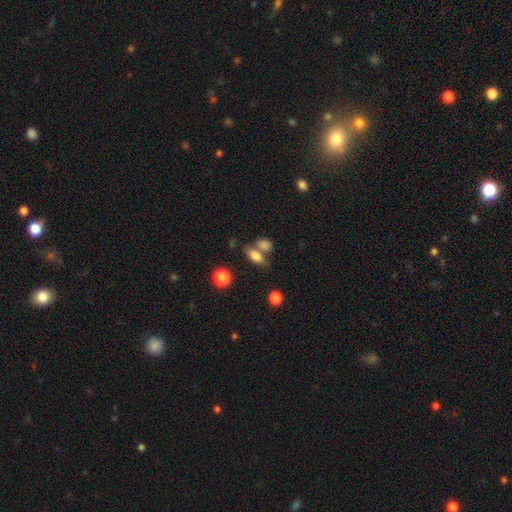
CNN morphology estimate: A smooth galaxy with no disk features (78%) that is in between round and cigar-shaped (81%).

Vote fractions:
- Smooth or featured? smooth: 78% / featured or disk: 11% / star or artifact: 10%
- How rounded? in between: 81% / round: 11% / cigar-shaped: 8%
- Merging? none: 45% / merger: 37% / minor disturbance: 12% / major disturbance: 6%